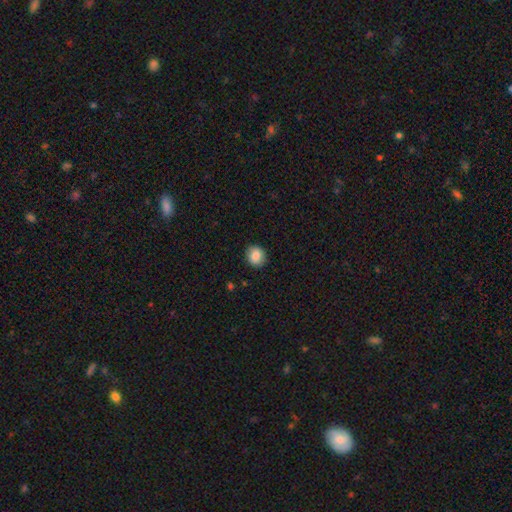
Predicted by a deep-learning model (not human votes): Smooth or featured? smooth (85%)
How rounded? round (76%)
Merging? none (87%)